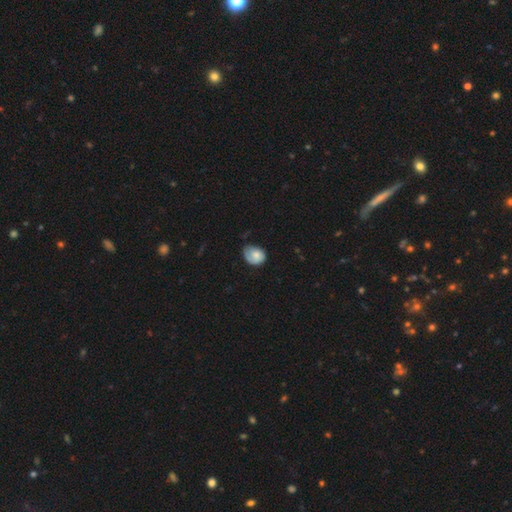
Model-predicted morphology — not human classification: A smooth galaxy with no disk features (65%) that is round (50%). Merging: none (46%).